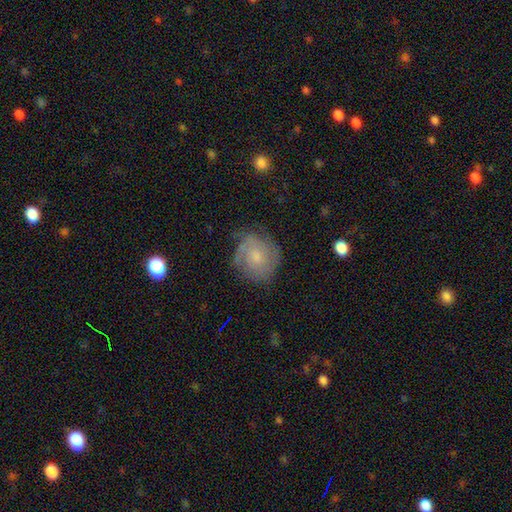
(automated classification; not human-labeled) smooth-or-featured: featured or disk: 56% | smooth: 36% | star or artifact: 8%
  disk-edge-on: no: 97% | yes: 3%
    bar: no: 72% | weak: 25% | strong: 3%
    has-spiral-arms: yes: 84% | no: 16%
    bulge-size: small: 44% | moderate: 38% | none: 13% | large: 4% | dominant: 1%
  merging: none: 69% | minor disturbance: 21% | major disturbance: 9% | merger: 2%